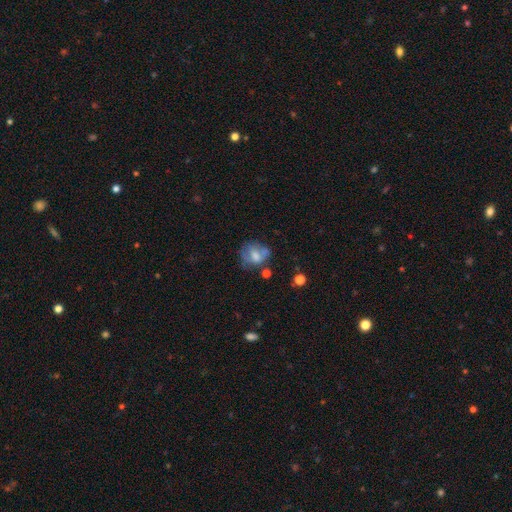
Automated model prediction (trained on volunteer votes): A smooth galaxy with no disk features (53%) that is round (55%).

Vote fractions:
- Smooth or featured? smooth: 53% / featured or disk: 36% / star or artifact: 11%
- How rounded? round: 55% / in between: 44% / cigar-shaped: 1%
- Merging? none: 43% / minor disturbance: 26% / major disturbance: 20% / merger: 12%